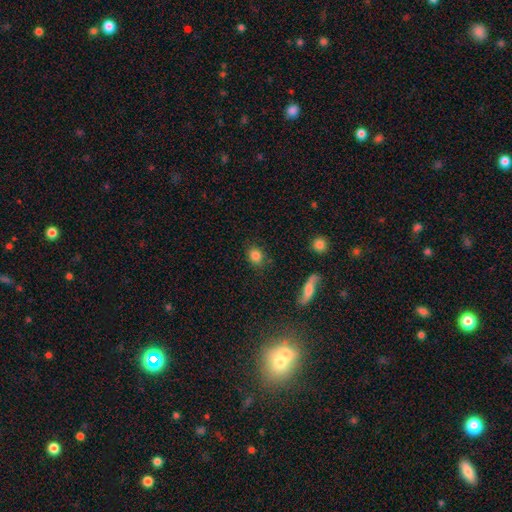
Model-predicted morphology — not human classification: smooth 83%, star or artifact 10%, featured or disk 7%. Down the decision tree: how rounded — round (65%); merging — none (81%).